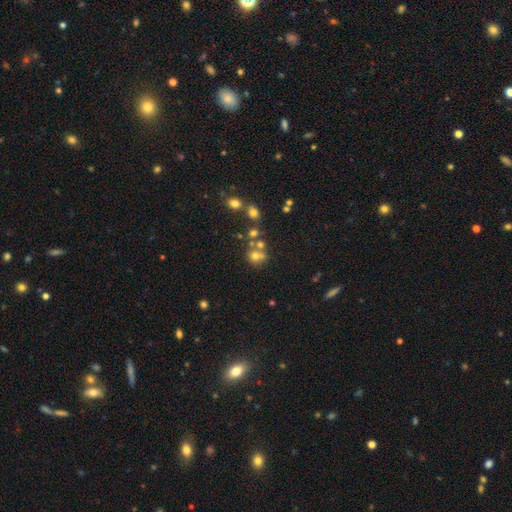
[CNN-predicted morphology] This appears to be a smooth galaxy with no disk features (62%) that is round (77%). Merging: none (47%).